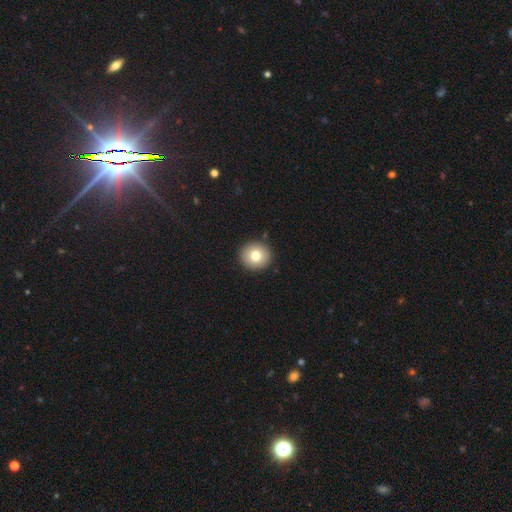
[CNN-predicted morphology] Smooth or featured? Predicted: smooth (p=0.77). How rounded? Predicted: round (p=0.93). Merging? Predicted: none (p=0.91).